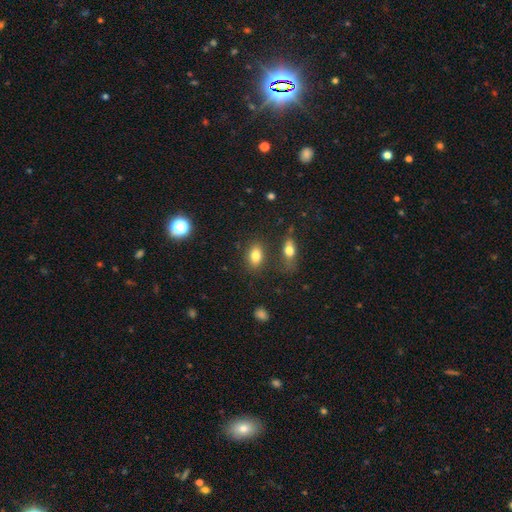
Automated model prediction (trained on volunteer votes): Smooth or featured? smooth (81%)
How rounded? in between (83%)
Merging? none (77%)